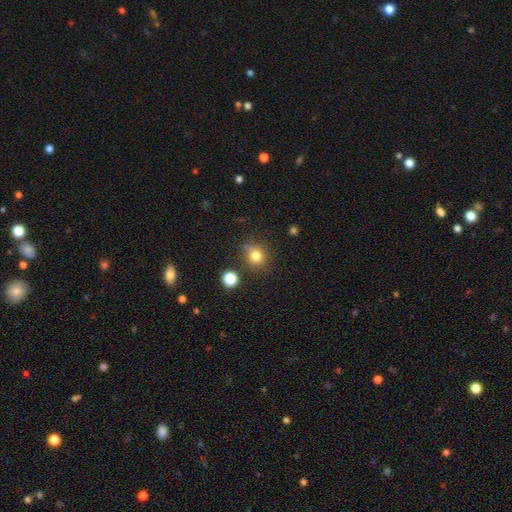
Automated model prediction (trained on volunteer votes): Overall: smooth (79%). How rounded: round (81%). Merging: none (70%).